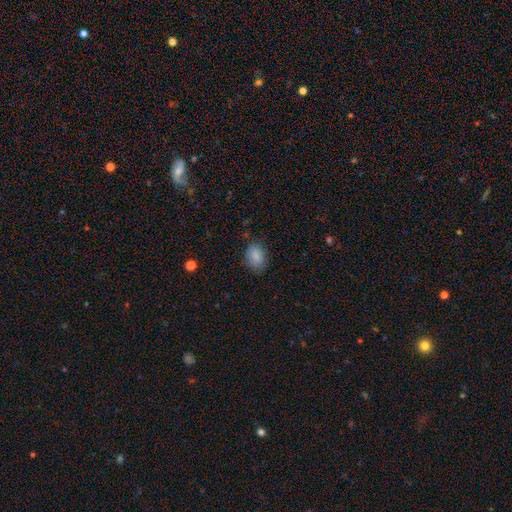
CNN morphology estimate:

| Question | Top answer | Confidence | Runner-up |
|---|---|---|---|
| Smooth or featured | smooth | 86% | star or artifact (8%) |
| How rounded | in between | 76% | round (23%) |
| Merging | none | 80% | minor disturbance (15%) |